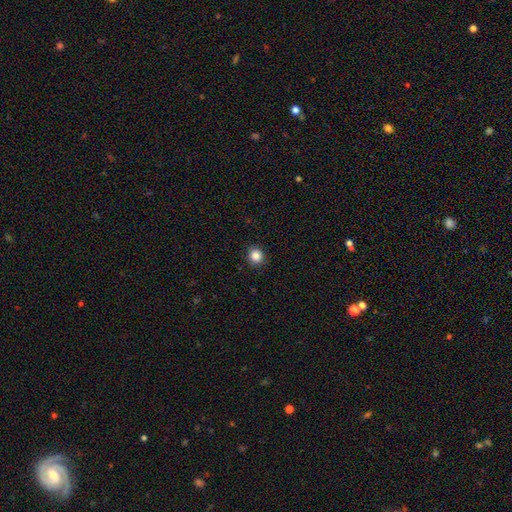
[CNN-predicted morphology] This appears to be a smooth galaxy with no disk features (86%) that is round (89%). Merging: none (90%).